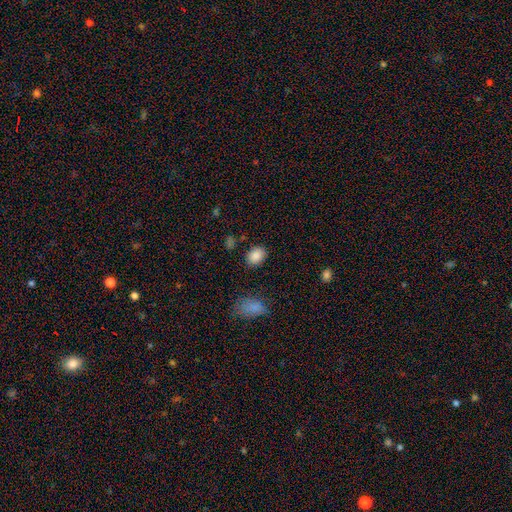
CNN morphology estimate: Smooth or featured: smooth — 87% (star or artifact — 9%)
How rounded: in between — 60% (round — 39%)
Merging: none — 84% (minor disturbance — 10%)